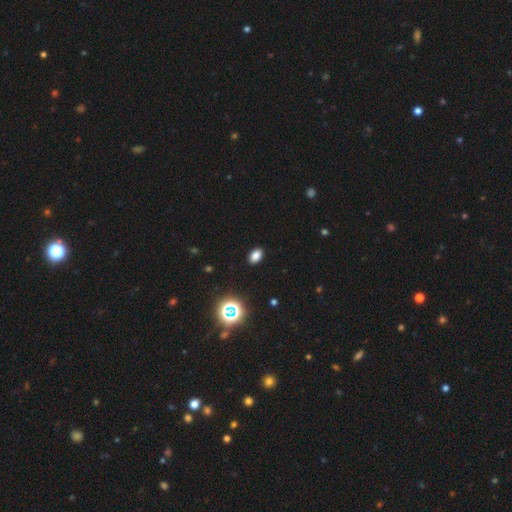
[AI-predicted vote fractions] This appears to be a smooth galaxy with no disk features (79%) that is in between round and cigar-shaped (87%). Merging: none (90%).